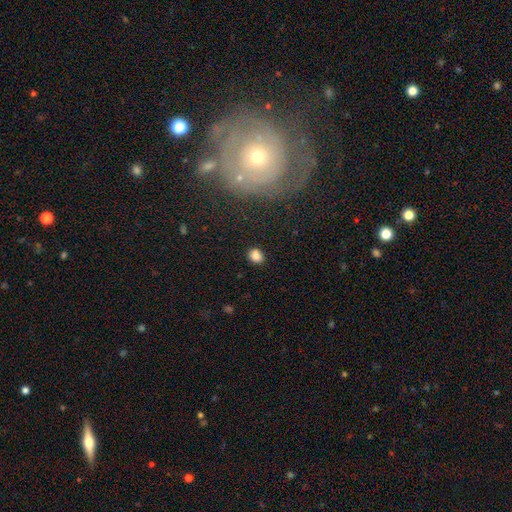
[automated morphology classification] smooth-or-featured: smooth: 84% | star or artifact: 12% | featured or disk: 5%
  how-rounded: round: 50% | in between: 48% | cigar-shaped: 1%
  merging: none: 83% | minor disturbance: 11% | major disturbance: 3% | merger: 2%